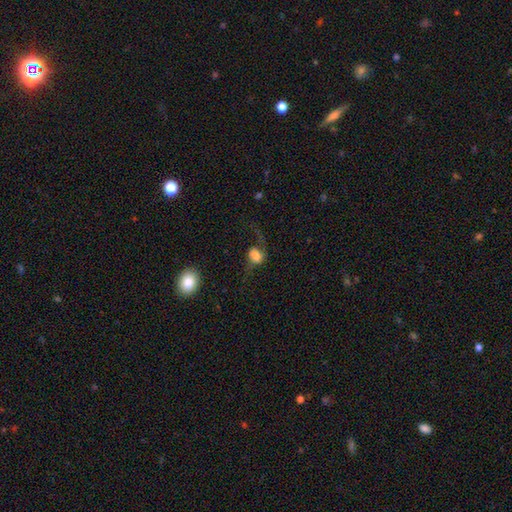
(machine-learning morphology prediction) type=smooth (58%); roundness=in between (56%); merging=none (40%).